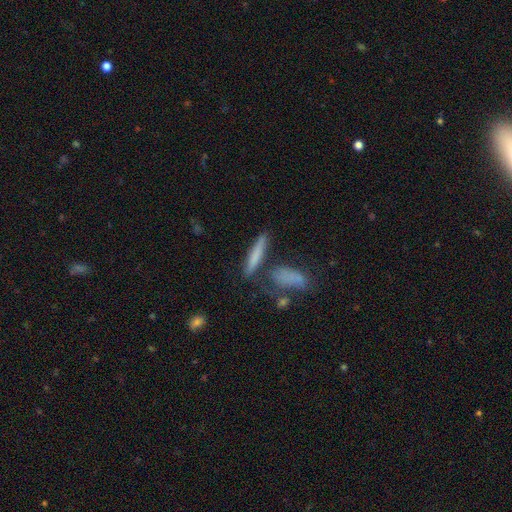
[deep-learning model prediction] A smooth galaxy with no disk features (67%) that is cigar-shaped (87%). Merging: none (67%).